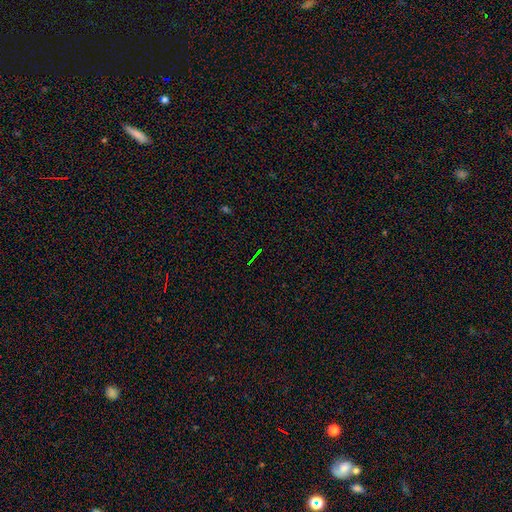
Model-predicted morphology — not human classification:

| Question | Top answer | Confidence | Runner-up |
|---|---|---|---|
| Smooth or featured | star or artifact | 74% | smooth (13%) |